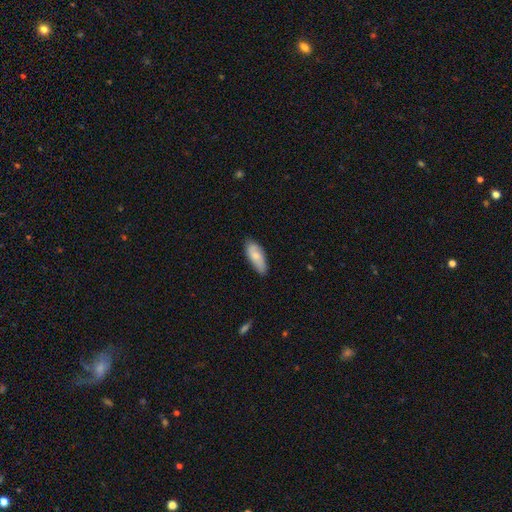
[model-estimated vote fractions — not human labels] Smooth or featured? smooth (72%)
How rounded? in between (78%)
Merging? none (77%)